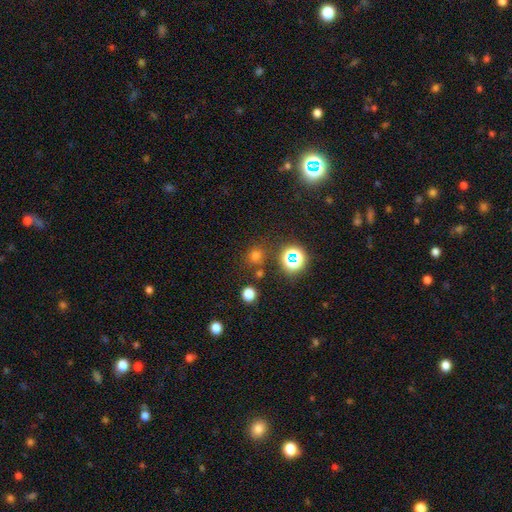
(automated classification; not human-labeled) Smooth or featured? Predicted: smooth (p=0.64). How rounded? Predicted: round (p=0.86). Merging? Predicted: none (p=0.77).